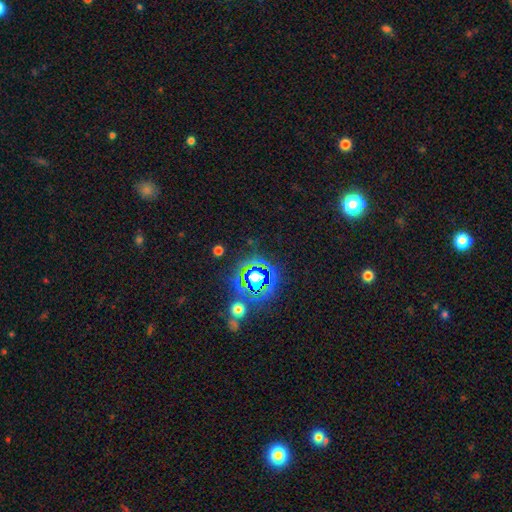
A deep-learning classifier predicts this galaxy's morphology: Smooth or featured? Predicted: star or artifact (p=0.80).